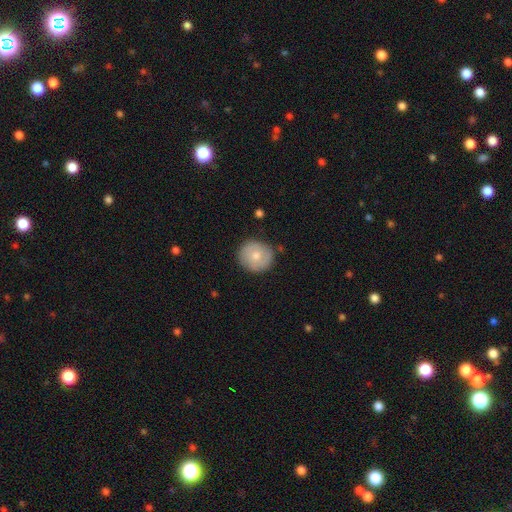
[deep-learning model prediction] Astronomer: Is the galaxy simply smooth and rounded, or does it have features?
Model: smooth — 68%.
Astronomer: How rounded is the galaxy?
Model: round — 89%.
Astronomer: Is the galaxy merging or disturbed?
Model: none — 83%.